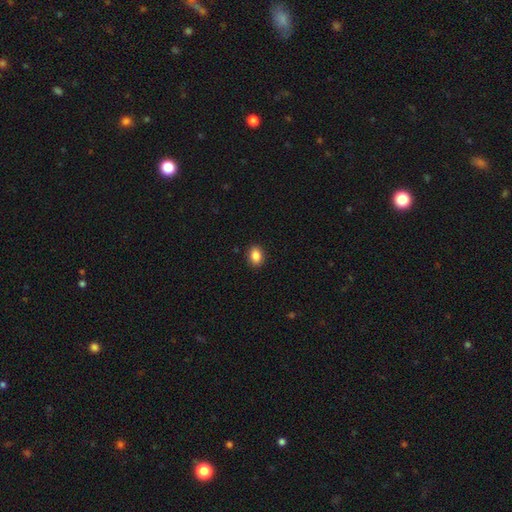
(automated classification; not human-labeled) A smooth galaxy with no disk features (87%) that is in between round and cigar-shaped (70%).

Vote fractions:
- Smooth or featured? smooth: 87% / star or artifact: 9% / featured or disk: 4%
- How rounded? in between: 70% / round: 28% / cigar-shaped: 1%
- Merging? none: 90% / minor disturbance: 7% / major disturbance: 2% / merger: 1%